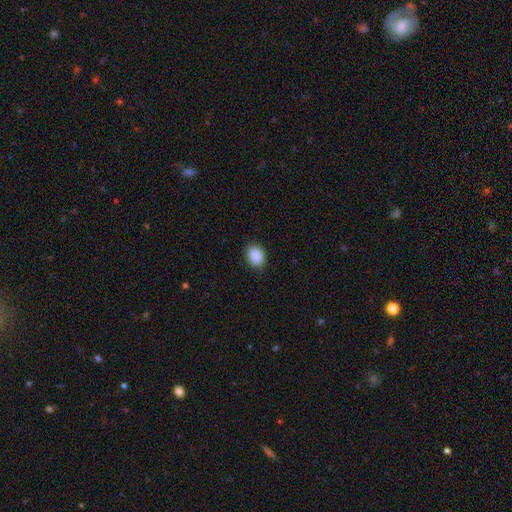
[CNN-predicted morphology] smooth-or-featured: smooth: 90% | star or artifact: 7% | featured or disk: 3%
  how-rounded: in between: 76% | round: 23% | cigar-shaped: 1%
  merging: none: 89% | minor disturbance: 8% | major disturbance: 2% | merger: 1%